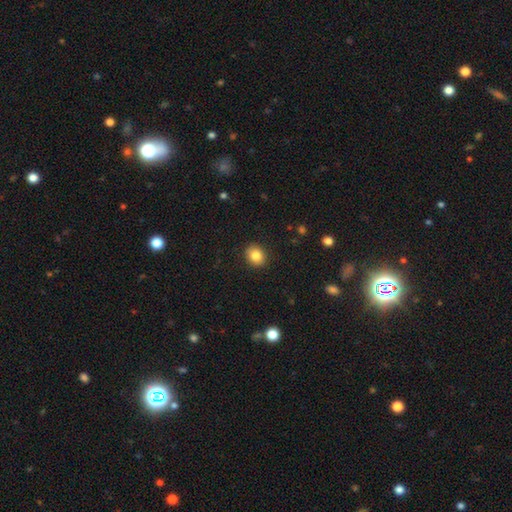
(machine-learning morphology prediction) A smooth galaxy with no disk features (83%) that is round (61%).

Vote fractions:
- Smooth or featured? smooth: 83% / star or artifact: 10% / featured or disk: 7%
- How rounded? round: 61% / in between: 38% / cigar-shaped: 1%
- Merging? none: 89% / minor disturbance: 8% / major disturbance: 2% / merger: 1%